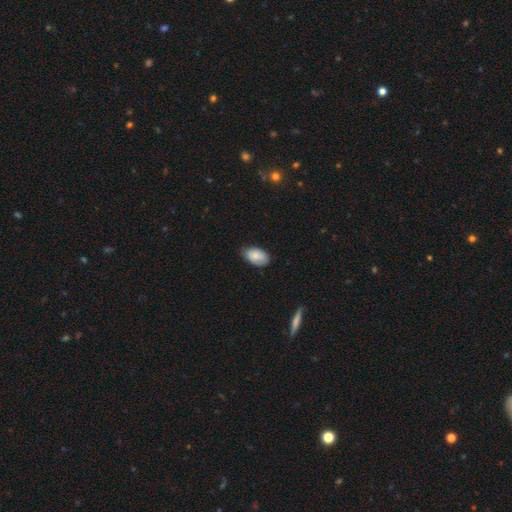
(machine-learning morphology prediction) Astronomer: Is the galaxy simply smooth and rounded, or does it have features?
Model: smooth — 81%.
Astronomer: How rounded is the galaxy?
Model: in between — 93%.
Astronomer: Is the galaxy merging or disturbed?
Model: none — 73%.